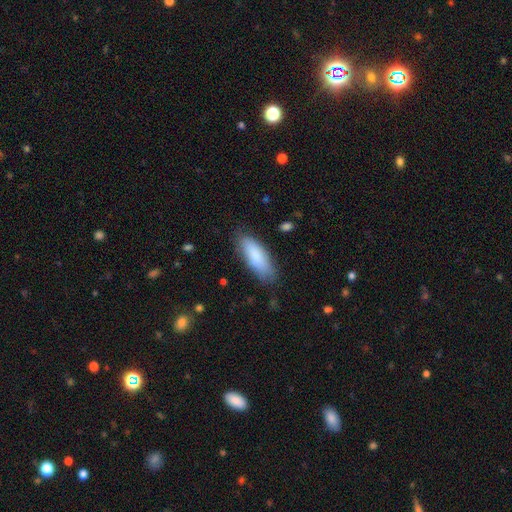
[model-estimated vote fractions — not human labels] A smooth galaxy with no disk features (85%) that is in between round and cigar-shaped (70%). Merging: none (80%).